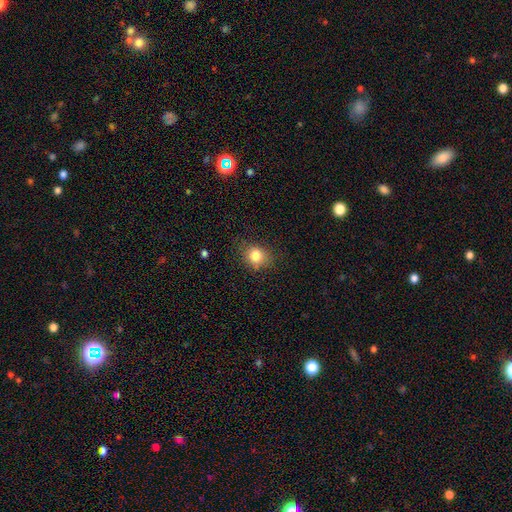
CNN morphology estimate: Overall: smooth (81%). How rounded: round (63%; in between 36%). Merging: none (76%).